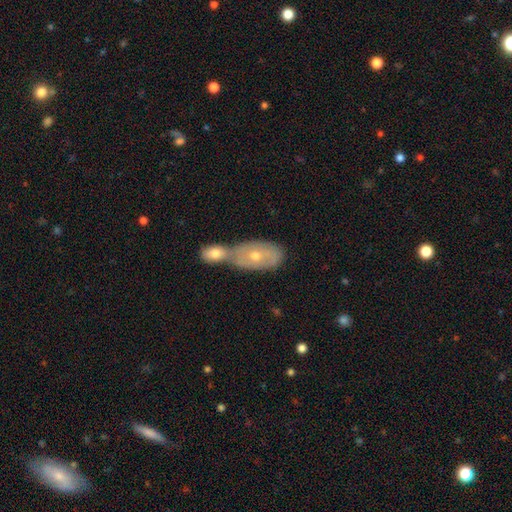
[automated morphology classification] A smooth galaxy with no disk features (49%). Merging: merger (65%).